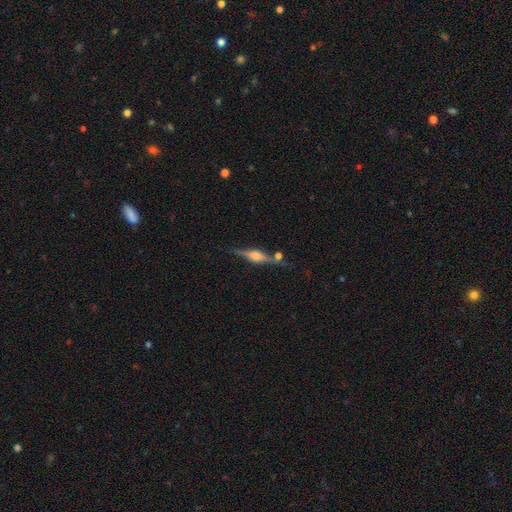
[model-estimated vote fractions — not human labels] Morphology: type=featured or disk (80%); edge-on=yes (97%); edge-on bulge=rounded (86%); merging=none (77%).